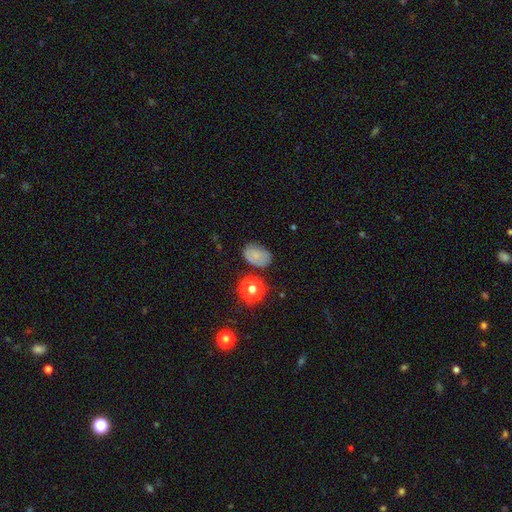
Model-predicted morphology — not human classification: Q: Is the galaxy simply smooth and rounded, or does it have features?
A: smooth — 71%.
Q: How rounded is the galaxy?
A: in between — 78%.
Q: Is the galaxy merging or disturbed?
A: none — 69%.